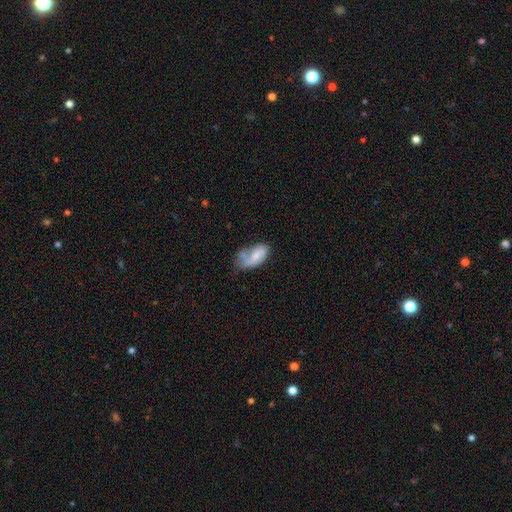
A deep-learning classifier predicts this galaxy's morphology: The model was most divided on "merging": none: 32%, minor disturbance: 29%, merger: 22%, major disturbance: 16%. More confident: how rounded — in between (91%); smooth or featured — smooth (57%).